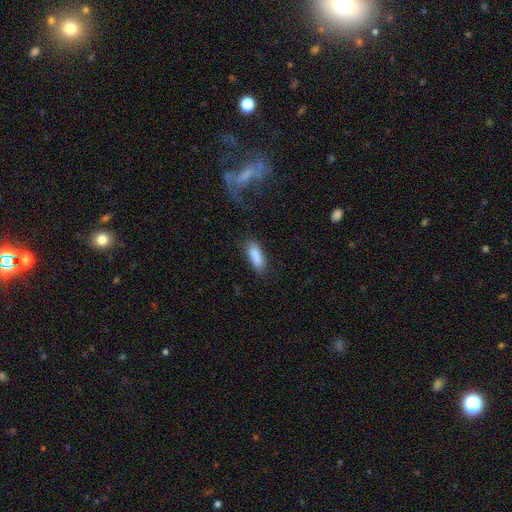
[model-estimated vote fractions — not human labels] Smooth or featured? Predicted: smooth (p=0.87). How rounded? Predicted: in between (p=0.64). Merging? Predicted: none (p=0.77).